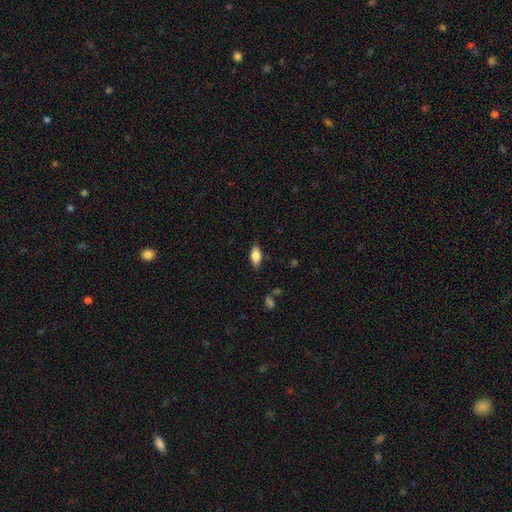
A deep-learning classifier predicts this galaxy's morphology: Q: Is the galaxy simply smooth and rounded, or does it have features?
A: smooth — 82%.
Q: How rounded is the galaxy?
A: in between — 86%.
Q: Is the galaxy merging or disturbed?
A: none — 84%.